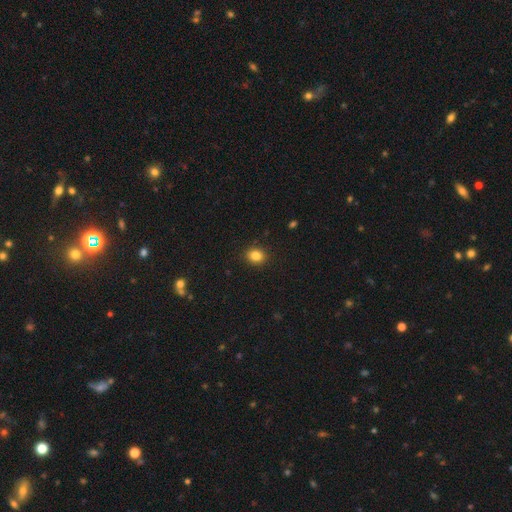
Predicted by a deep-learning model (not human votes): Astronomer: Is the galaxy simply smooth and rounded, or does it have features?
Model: smooth — 85%.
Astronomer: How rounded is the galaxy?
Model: round — 60% (runner-up: in between, 39%).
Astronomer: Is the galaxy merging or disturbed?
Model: none — 90%.